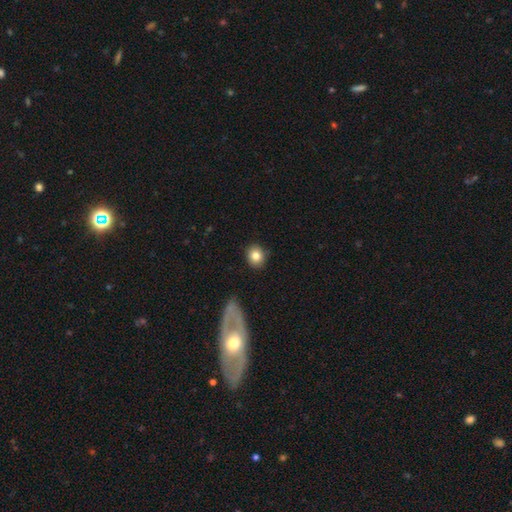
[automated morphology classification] type=smooth (82%); roundness=round (76%); merging=none (88%).